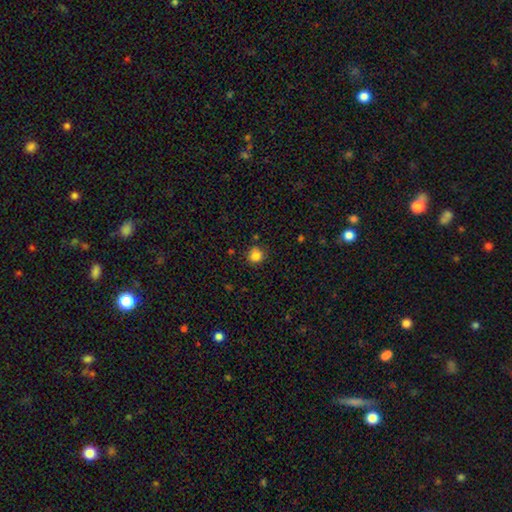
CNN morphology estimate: smooth_or_featured: smooth (p=0.84) [alt: star or artifact p=0.12]
how_rounded: round (p=0.87) [alt: in between p=0.12]
merging: none (p=0.86) [alt: minor disturbance p=0.09]